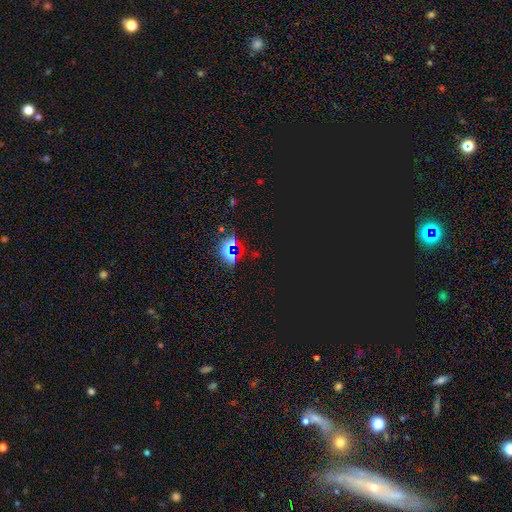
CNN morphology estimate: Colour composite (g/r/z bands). It shows a star or artifact, not a galaxy (81%).